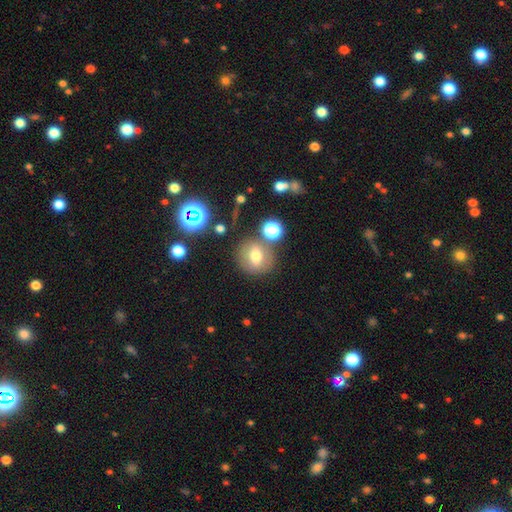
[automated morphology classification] A smooth galaxy with no disk features (64%) that is round (84%). Merging: none (73%).